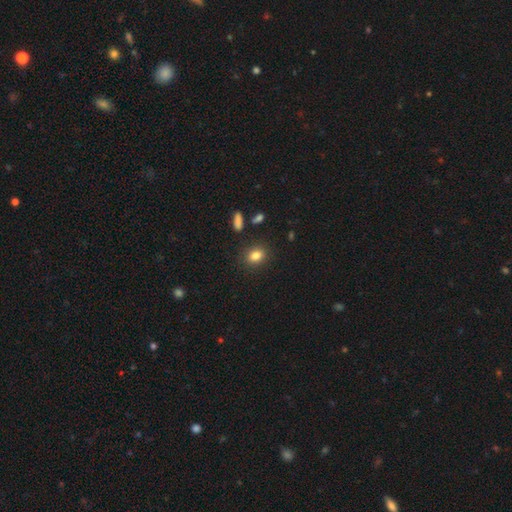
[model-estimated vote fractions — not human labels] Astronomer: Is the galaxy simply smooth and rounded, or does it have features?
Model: smooth — 84%.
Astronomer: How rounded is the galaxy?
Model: in between — 57% (runner-up: round, 41%).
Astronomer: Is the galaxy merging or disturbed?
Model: none — 86%.